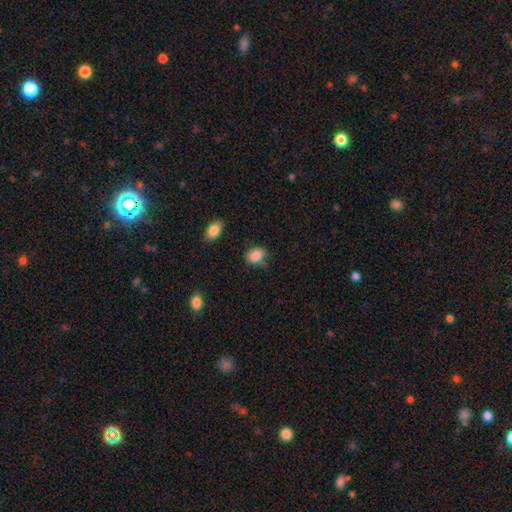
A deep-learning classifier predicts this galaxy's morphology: The model was most divided on "merging": none: 64%, minor disturbance: 27%, major disturbance: 6%, merger: 3%. More confident: smooth or featured — smooth (86%); how rounded — in between (68%).